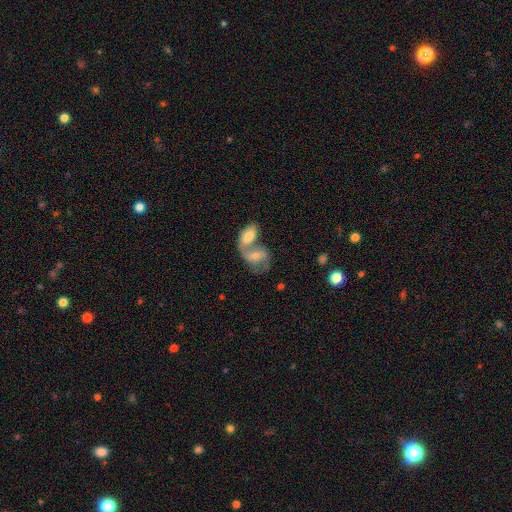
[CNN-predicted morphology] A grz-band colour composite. It shows a featured or disk galaxy (55%) with no bar (44%), spiral arms (76%) and a moderate central bulge (47%). Merging: merger (73%).